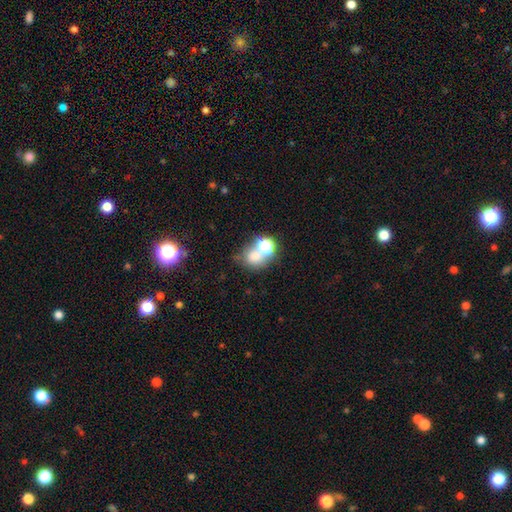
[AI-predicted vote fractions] The model was most divided on "merging": none: 44%, merger: 39%, minor disturbance: 10%, major disturbance: 7%. More confident: how rounded — round (66%); smooth or featured — smooth (65%).